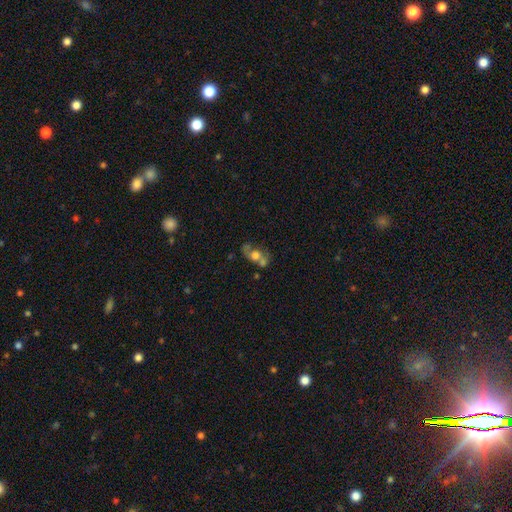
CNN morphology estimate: type=smooth (53%); roundness=in between (54%); merging=merger (47%).